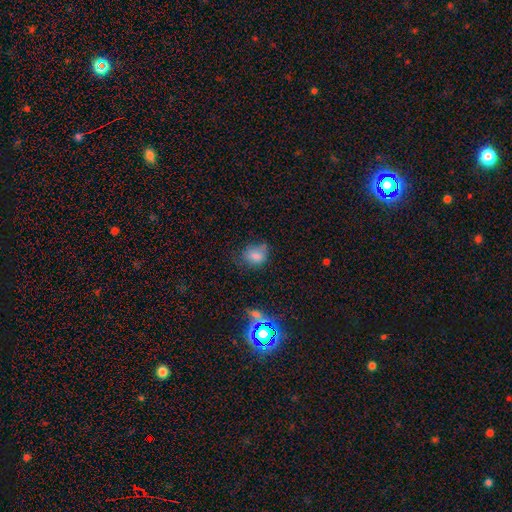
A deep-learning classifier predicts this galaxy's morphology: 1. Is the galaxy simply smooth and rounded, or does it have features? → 76% smooth, 14% star or artifact, 10% featured or disk.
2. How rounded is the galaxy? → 51% in between, 47% round, 1% cigar-shaped.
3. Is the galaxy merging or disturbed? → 54% none, 31% minor disturbance, 12% major disturbance, 4% merger.